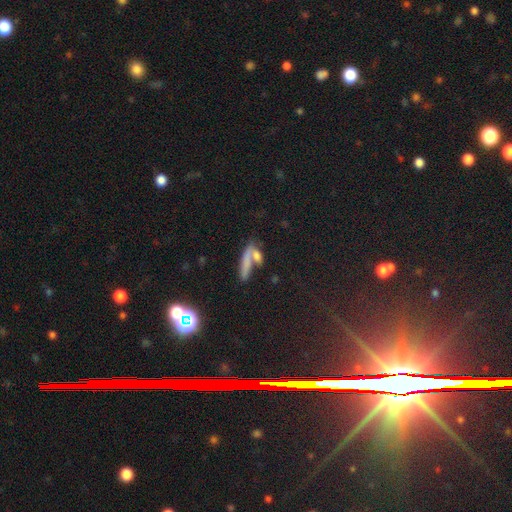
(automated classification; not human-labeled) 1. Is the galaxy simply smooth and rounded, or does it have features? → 64% smooth, 21% featured or disk, 16% star or artifact.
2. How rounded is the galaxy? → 58% cigar-shaped, 34% in between, 8% round.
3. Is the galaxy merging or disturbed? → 40% none (tied), 40% merger (tied), 11% minor disturbance, 8% major disturbance.